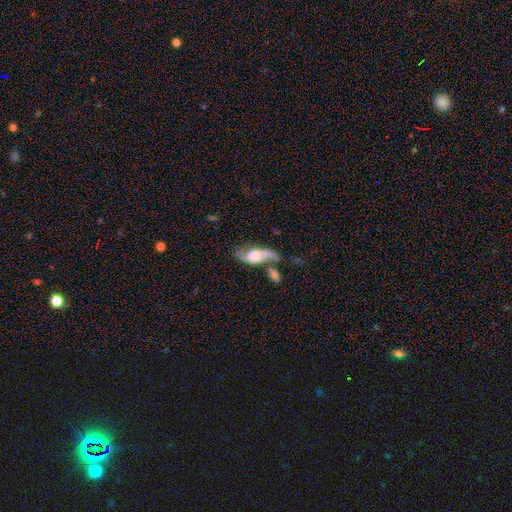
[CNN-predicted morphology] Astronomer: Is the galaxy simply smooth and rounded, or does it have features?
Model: featured or disk — 74%.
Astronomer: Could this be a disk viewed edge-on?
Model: no — 91%.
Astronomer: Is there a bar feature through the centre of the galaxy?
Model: no — 56% (runner-up: weak, 34%).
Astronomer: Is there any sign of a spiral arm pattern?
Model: yes — 92%.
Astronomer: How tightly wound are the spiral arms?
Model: loose — 55% (runner-up: medium, 35%).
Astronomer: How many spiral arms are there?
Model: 2 — 87%.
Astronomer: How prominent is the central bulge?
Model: moderate — 41% (runner-up: large, 25%).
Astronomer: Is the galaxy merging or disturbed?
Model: none — 39% (runner-up: merger, 30%).